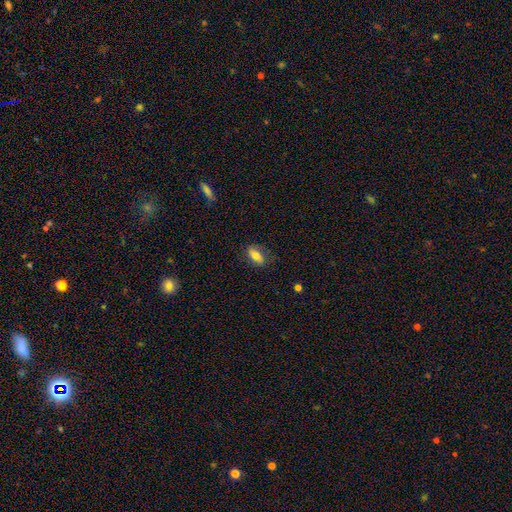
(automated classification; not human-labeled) Smooth or featured? smooth (64%)
How rounded? in between (81%)
Merging? none (75%)